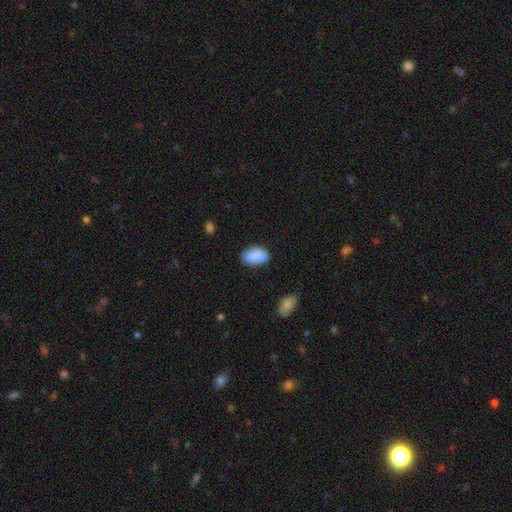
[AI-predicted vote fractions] smooth_or_featured: smooth (p=0.85) [alt: star or artifact p=0.07]
how_rounded: in between (p=0.92) [alt: round p=0.06]
merging: none (p=0.69) [alt: minor disturbance p=0.22]